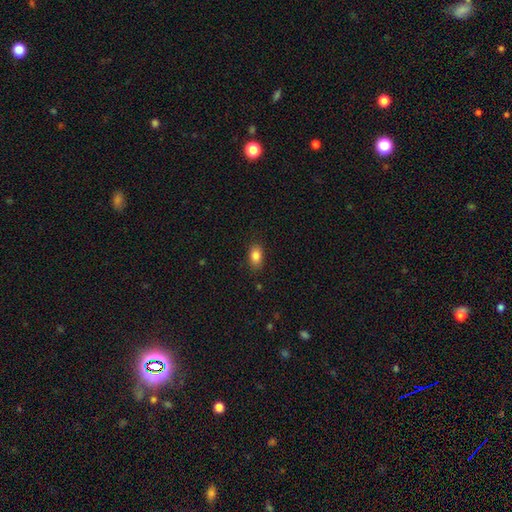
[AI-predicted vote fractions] This appears to be a smooth galaxy with no disk features (85%) that is in between round and cigar-shaped (87%). Merging: none (85%).